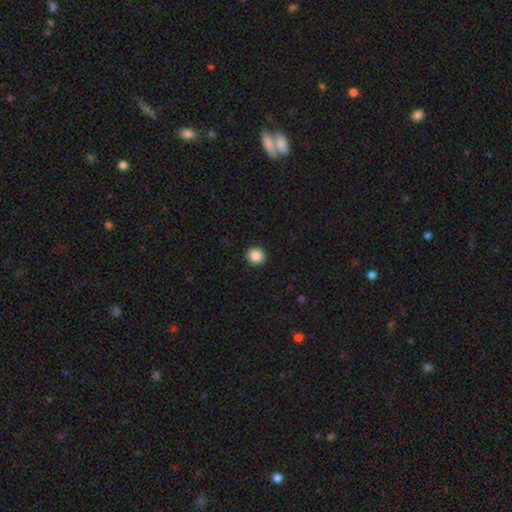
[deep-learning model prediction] A smooth galaxy with no disk features (88%) that is round (93%).

Vote fractions:
- Smooth or featured? smooth: 88% / star or artifact: 9% / featured or disk: 3%
- How rounded? round: 93% / in between: 6% / cigar-shaped: 1%
- Merging? none: 92% / minor disturbance: 5% / major disturbance: 2% / merger: 1%